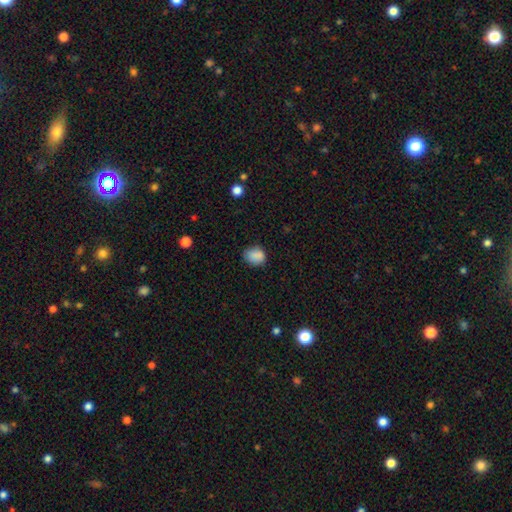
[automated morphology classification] The model was most divided on "how rounded": round: 52%, in between: 47%, cigar-shaped: 1%. More confident: smooth or featured — smooth (86%); merging — none (72%).